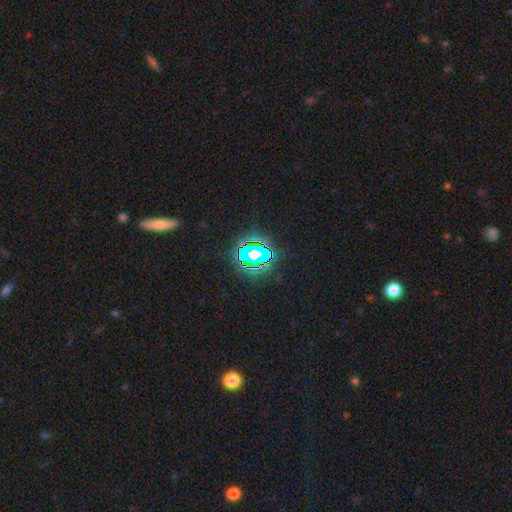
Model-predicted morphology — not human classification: The model was most divided on "smooth or featured": star or artifact: 72%, smooth: 17%, featured or disk: 12%.